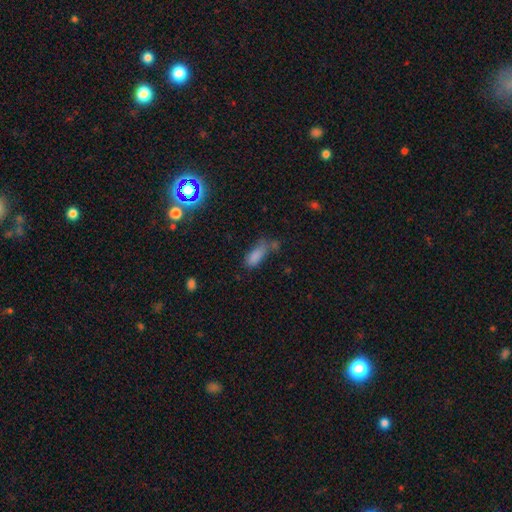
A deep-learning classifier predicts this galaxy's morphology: type=smooth (79%); roundness=in between (75%); merging=none (40%).